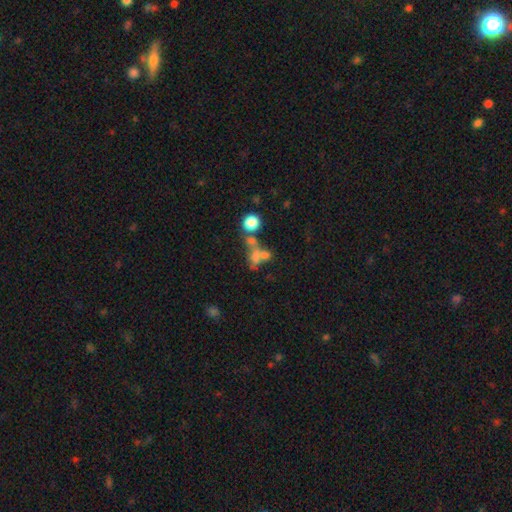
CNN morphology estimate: Smooth or featured? smooth (51%)
How rounded? in between (51%)
Merging? merger (44%)